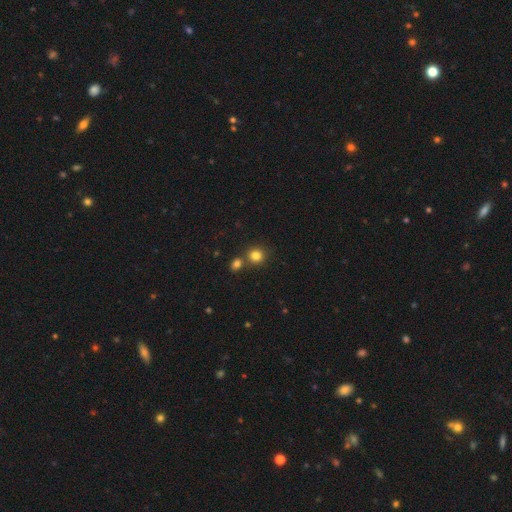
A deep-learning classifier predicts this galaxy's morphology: Smooth or featured?
  - smooth: 81% *
  - star or artifact: 13%
  - featured or disk: 6%
How rounded?
  - round: 88% *
  - in between: 11%
  - cigar-shaped: 1%
Merging?
  - none: 68% *
  - merger: 21%
  - minor disturbance: 8%
  - major disturbance: 3%